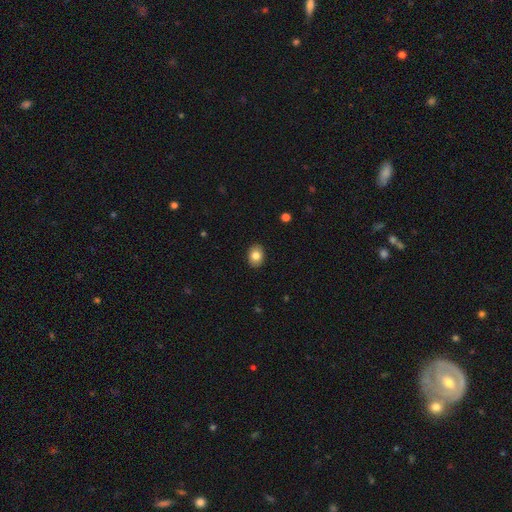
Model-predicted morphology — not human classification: The model was most divided on "how rounded": in between: 63%, round: 36%, cigar-shaped: 1%. More confident: merging — none (90%); smooth or featured — smooth (82%).